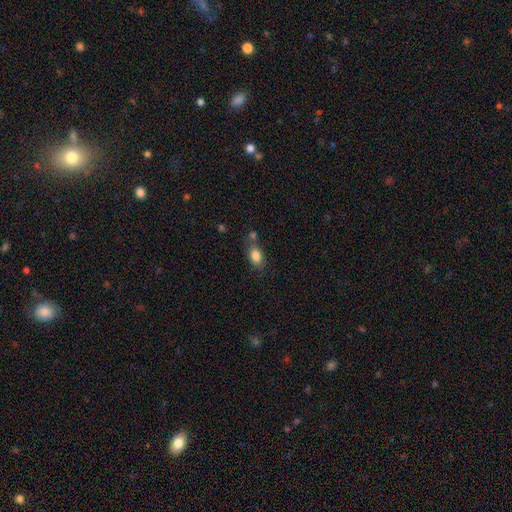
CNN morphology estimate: Smooth or featured? Predicted: smooth (p=0.83). How rounded? Predicted: in between (p=0.83). Merging? Predicted: none (p=0.58).